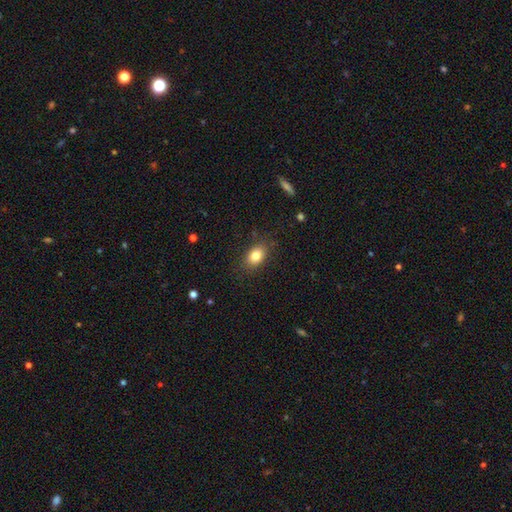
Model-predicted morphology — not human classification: The model was most divided on "how rounded": in between: 78%, round: 20%, cigar-shaped: 2%. More confident: merging — none (84%); smooth or featured — smooth (82%).